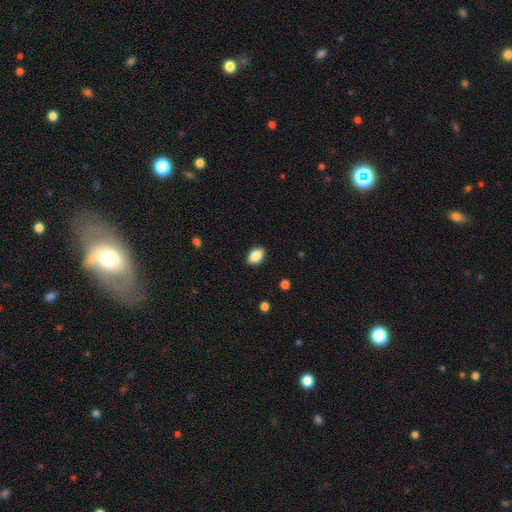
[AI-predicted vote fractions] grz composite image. It shows a smooth galaxy with no disk features (88%) that is in between round and cigar-shaped (89%). Merging: none (89%).